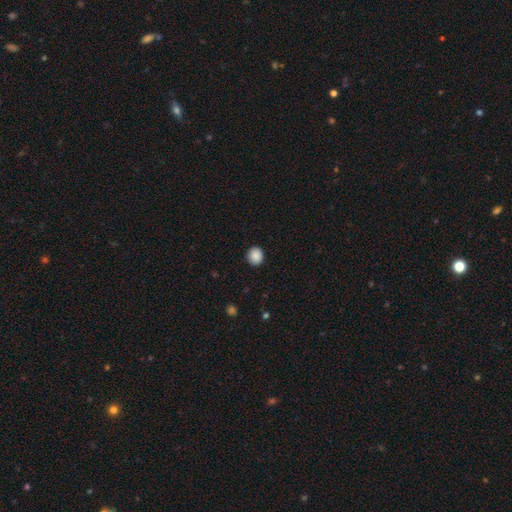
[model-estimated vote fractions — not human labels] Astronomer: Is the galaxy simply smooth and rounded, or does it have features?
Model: smooth — 89%.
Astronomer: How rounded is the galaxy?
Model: round — 82%.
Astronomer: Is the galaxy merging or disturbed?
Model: none — 92%.